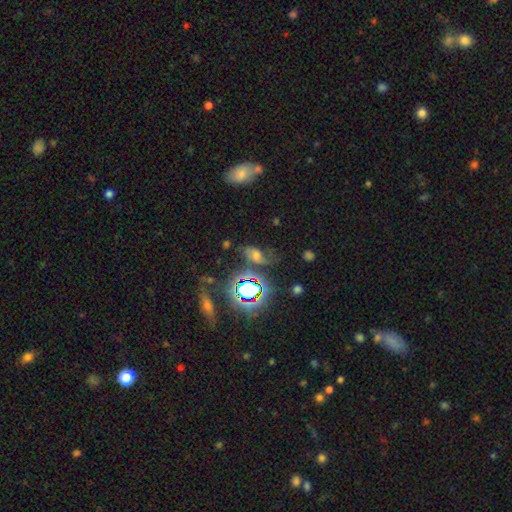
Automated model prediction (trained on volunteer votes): smooth 35%, star or artifact 34%, featured or disk 31%. Down the decision tree: merging — none (50%).